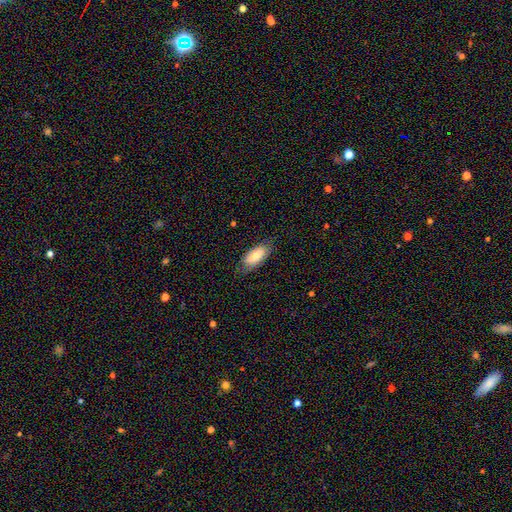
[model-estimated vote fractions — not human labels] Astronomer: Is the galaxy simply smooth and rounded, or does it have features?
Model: smooth — 77%.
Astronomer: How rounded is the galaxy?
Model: in between — 89%.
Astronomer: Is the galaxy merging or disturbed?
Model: none — 76%.